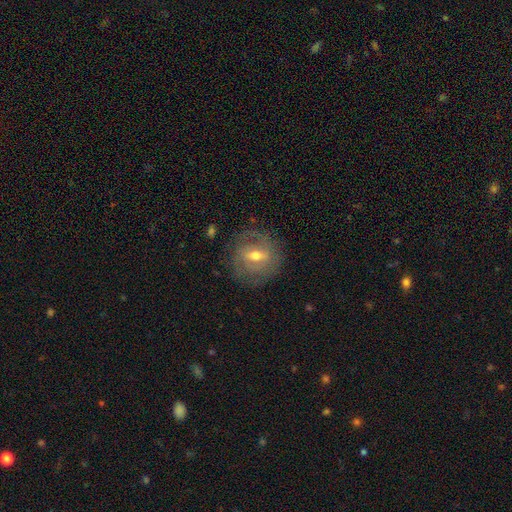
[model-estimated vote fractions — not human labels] smooth-or-featured: featured or disk: 67% | smooth: 25% | star or artifact: 8%
  disk-edge-on: no: 91% | yes: 9%
    bar: weak: 49% | strong: 32% | no: 18%
    has-spiral-arms: yes: 64% | no: 36%
    bulge-size: moderate: 70% | small: 23% | large: 5% | none: 1% | dominant: 1%
  merging: none: 76% | minor disturbance: 16% | major disturbance: 7% | merger: 1%